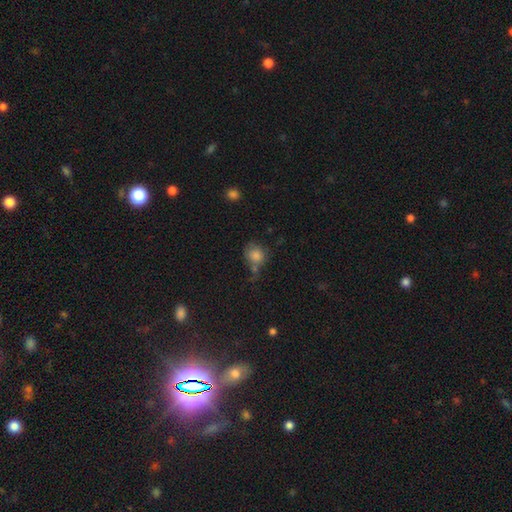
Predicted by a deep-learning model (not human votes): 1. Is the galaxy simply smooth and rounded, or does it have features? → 82% smooth, 10% star or artifact, 8% featured or disk.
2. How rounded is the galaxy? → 79% round, 20% in between, 1% cigar-shaped.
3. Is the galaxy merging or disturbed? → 49% none, 22% minor disturbance, 18% merger, 10% major disturbance.